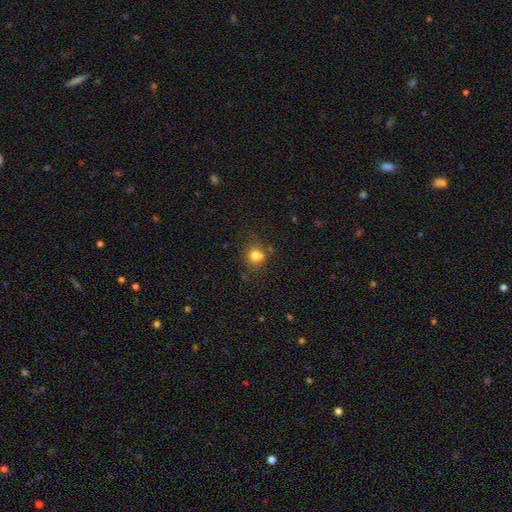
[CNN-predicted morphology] smooth-or-featured: smooth: 77% | star or artifact: 14% | featured or disk: 9%
  how-rounded: round: 76% | in between: 23% | cigar-shaped: 1%
  merging: none: 65% | minor disturbance: 16% | merger: 14% | major disturbance: 5%